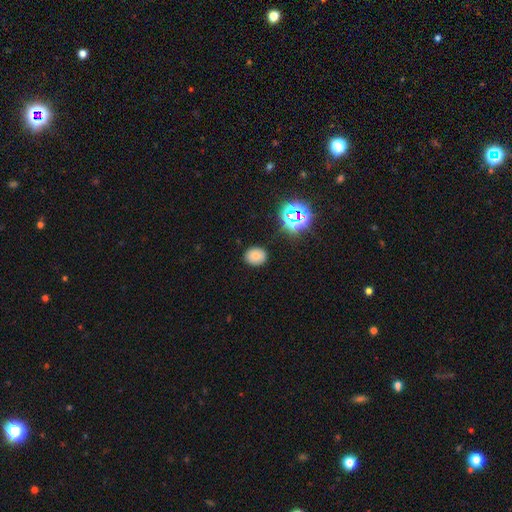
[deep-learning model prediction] Q: Smooth or featured?
A: smooth (70%); runner-up: star or artifact (18%)
Q: How rounded?
A: round (63%); runner-up: in between (36%)
Q: Merging?
A: none (87%); runner-up: minor disturbance (10%)